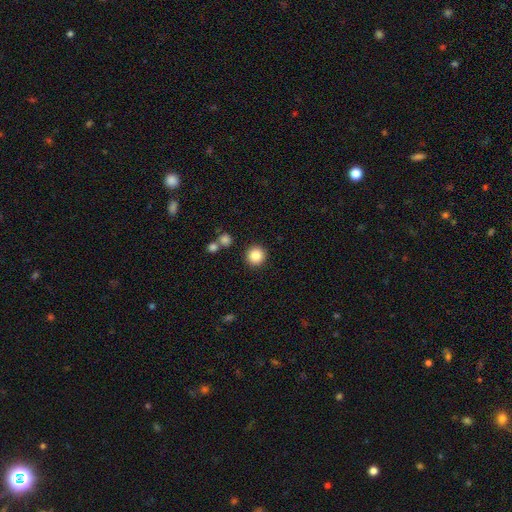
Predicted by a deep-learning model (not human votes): smooth-or-featured: smooth: 85% | star or artifact: 9% | featured or disk: 5%
  how-rounded: round: 95% | in between: 4% | cigar-shaped: 1%
  merging: none: 89% | minor disturbance: 6% | merger: 3% | major disturbance: 2%